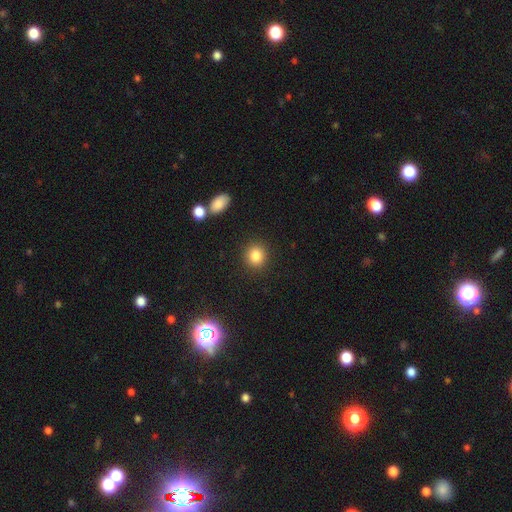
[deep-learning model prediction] Q: Smooth or featured?
A: smooth (84%); runner-up: star or artifact (11%)
Q: How rounded?
A: round (84%); runner-up: in between (15%)
Q: Merging?
A: none (89%); runner-up: minor disturbance (6%)